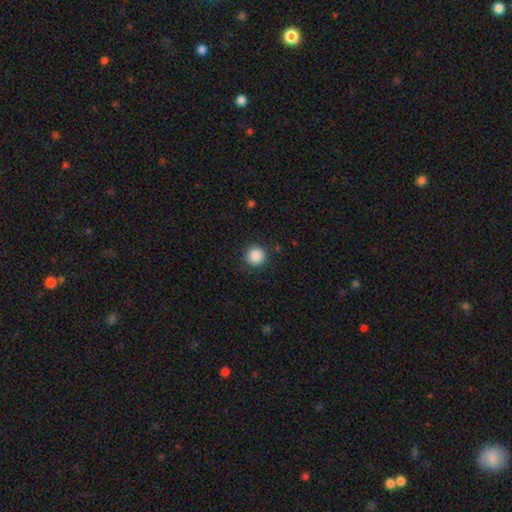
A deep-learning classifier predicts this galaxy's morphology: type=smooth (87%); roundness=round (95%); merging=none (90%).